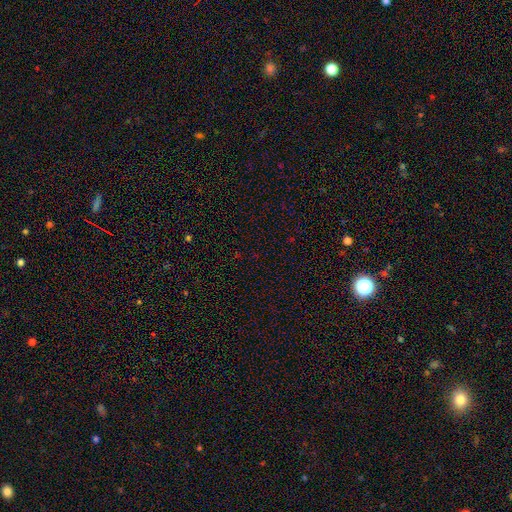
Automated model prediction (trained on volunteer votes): Smooth or featured?
  - star or artifact: 68% *
  - smooth: 25%
  - featured or disk: 7%